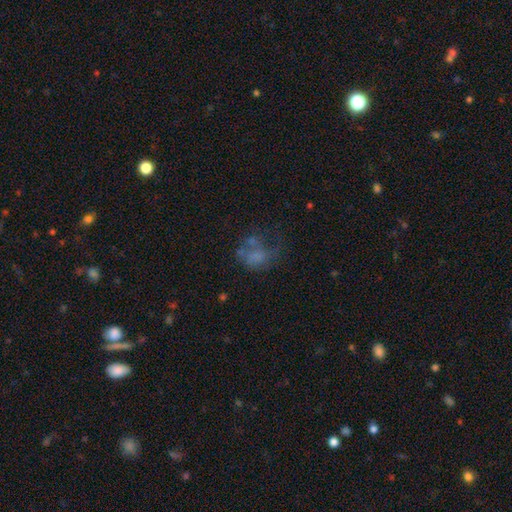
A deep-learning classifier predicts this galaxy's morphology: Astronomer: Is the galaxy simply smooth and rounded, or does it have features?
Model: smooth — 42% (runner-up: featured or disk, 39%).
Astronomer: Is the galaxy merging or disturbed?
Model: major disturbance — 38% (runner-up: none, 32%).